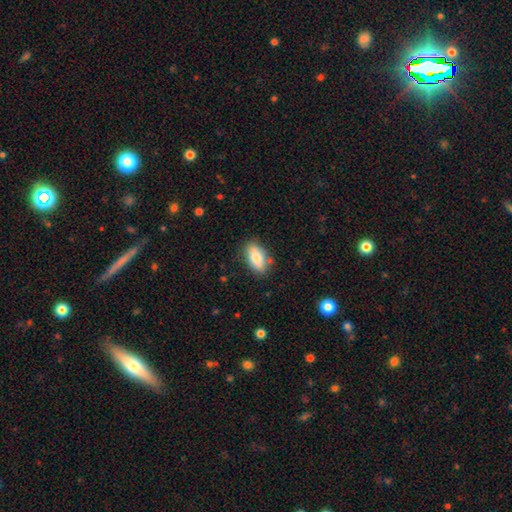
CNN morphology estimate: Smooth or featured? smooth (81%)
How rounded? in between (90%)
Merging? none (81%)